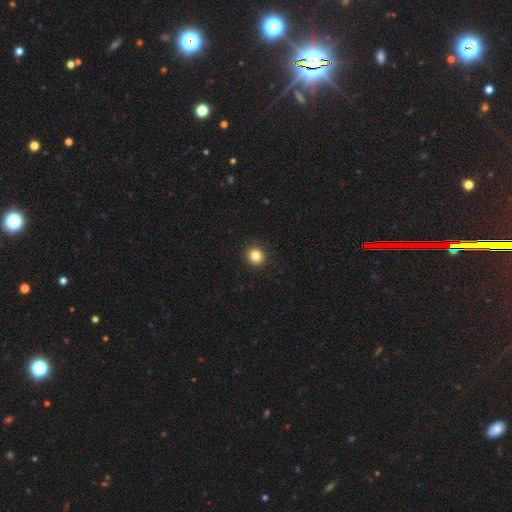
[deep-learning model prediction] Smooth or featured?
  - smooth: 84% *
  - star or artifact: 10%
  - featured or disk: 5%
How rounded?
  - round: 85% *
  - in between: 14%
  - cigar-shaped: 1%
Merging?
  - none: 92% *
  - minor disturbance: 5%
  - major disturbance: 2%
  - merger: 1%